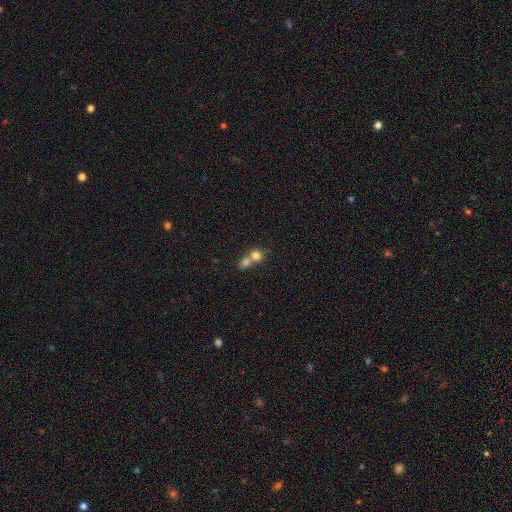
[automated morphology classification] Smooth or featured: smooth — 76% (featured or disk — 14%)
How rounded: round — 76% (in between — 22%)
Merging: merger — 70% (none — 23%)